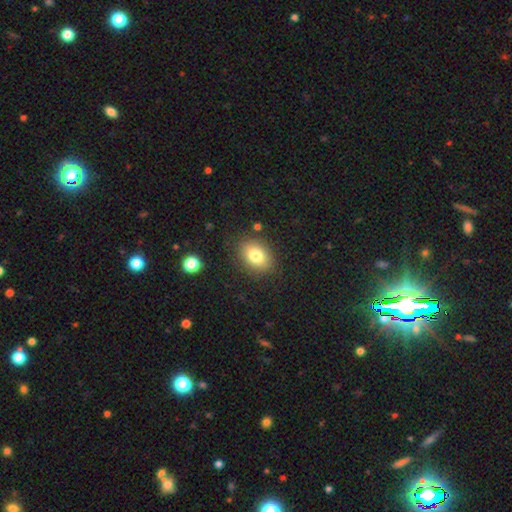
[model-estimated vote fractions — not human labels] The model was most divided on "how rounded": in between: 74%, round: 25%, cigar-shaped: 1%. More confident: merging — none (85%); smooth or featured — smooth (79%).